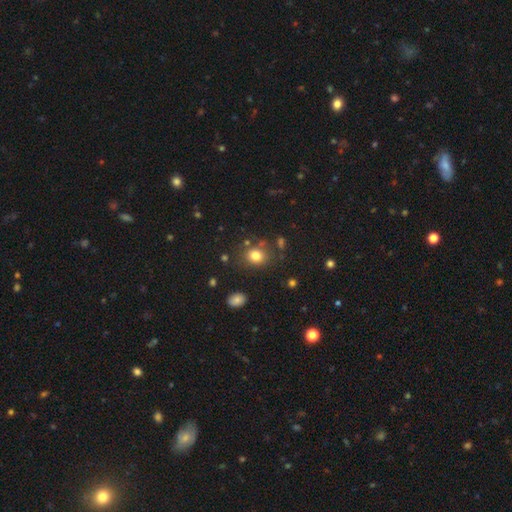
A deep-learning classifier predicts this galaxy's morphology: The model was most divided on "how rounded": round: 59%, in between: 40%, cigar-shaped: 1%. More confident: smooth or featured — smooth (79%); merging — none (75%).